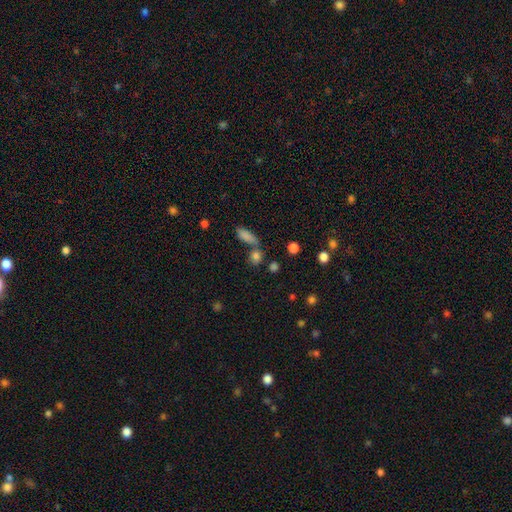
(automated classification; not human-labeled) smooth_or_featured: smooth (p=0.74) [alt: star or artifact p=0.18]
how_rounded: round (p=0.45) [alt: in between p=0.42]
merging: none (p=0.60) [alt: merger p=0.25]